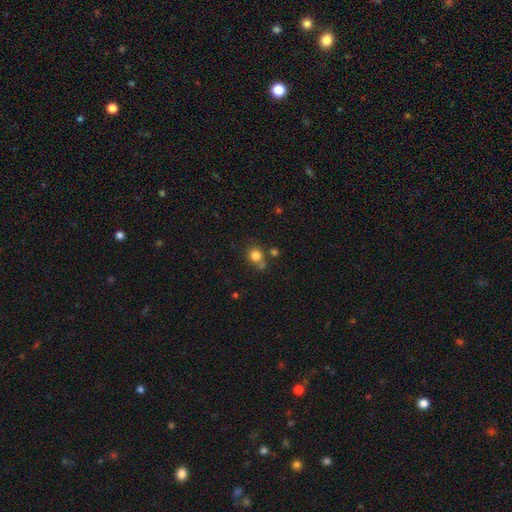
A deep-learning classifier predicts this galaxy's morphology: smooth-or-featured: smooth: 81% | star or artifact: 13% | featured or disk: 6%
  how-rounded: round: 86% | in between: 13% | cigar-shaped: 1%
  merging: none: 66% | merger: 20% | minor disturbance: 11% | major disturbance: 4%